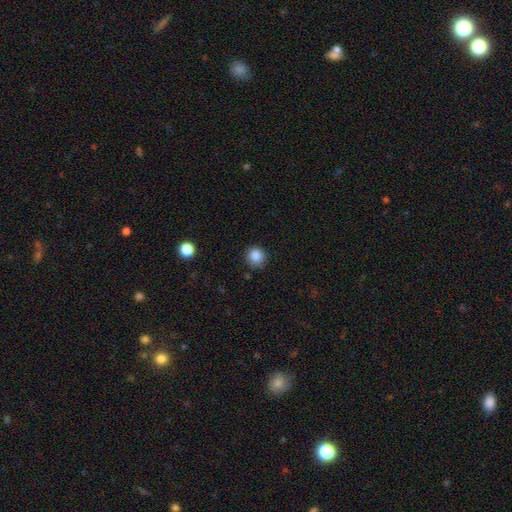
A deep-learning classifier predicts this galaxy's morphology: Smooth or featured: smooth — 86% (star or artifact — 10%)
How rounded: round — 90% (in between — 9%)
Merging: none — 85% (minor disturbance — 11%)